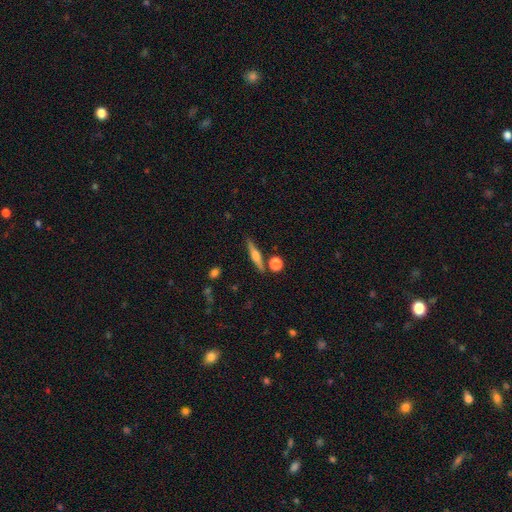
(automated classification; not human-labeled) Smooth or featured? featured or disk (62%)
Edge-on disk? yes (97%)
Edge-on bulge? rounded (88%)
Merging? none (84%)